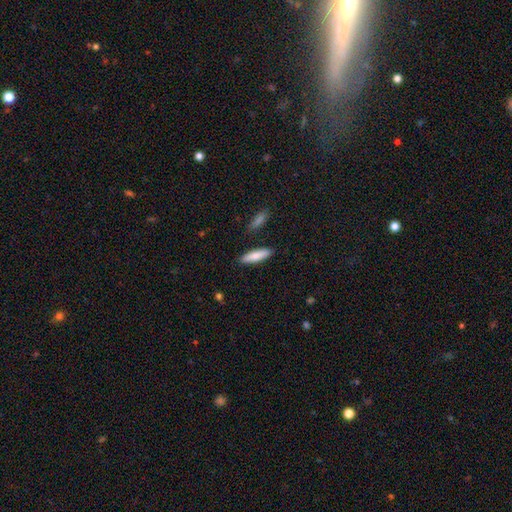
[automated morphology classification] Smooth or featured? Predicted: smooth (p=0.82). How rounded? Predicted: cigar-shaped (p=0.65). Merging? Predicted: none (p=0.88).